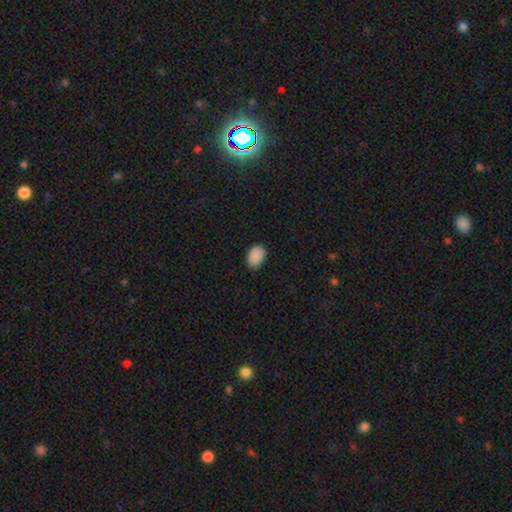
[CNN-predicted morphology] A smooth galaxy with no disk features (89%) that is in between round and cigar-shaped (80%).

Vote fractions:
- Smooth or featured? smooth: 89% / star or artifact: 8% / featured or disk: 3%
- How rounded? in between: 80% / round: 19% / cigar-shaped: 1%
- Merging? none: 81% / minor disturbance: 16% / major disturbance: 2% / merger: 1%